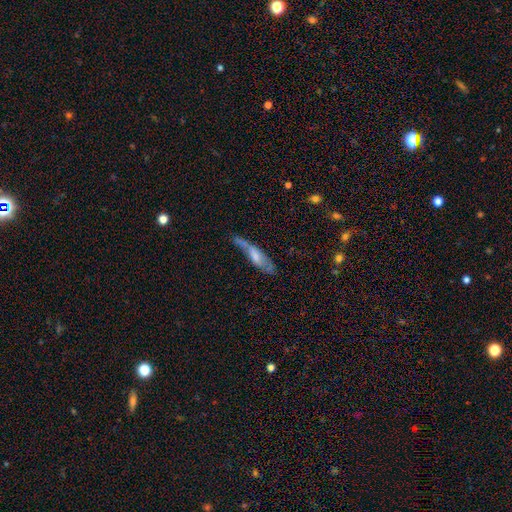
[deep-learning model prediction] Smooth or featured?
  - smooth: 54% *
  - featured or disk: 39%
  - star or artifact: 7%
How rounded?
  - cigar-shaped: 60% *
  - in between: 37%
  - round: 2%
Merging?
  - none: 36% *
  - minor disturbance: 31%
  - major disturbance: 24%
  - merger: 9%